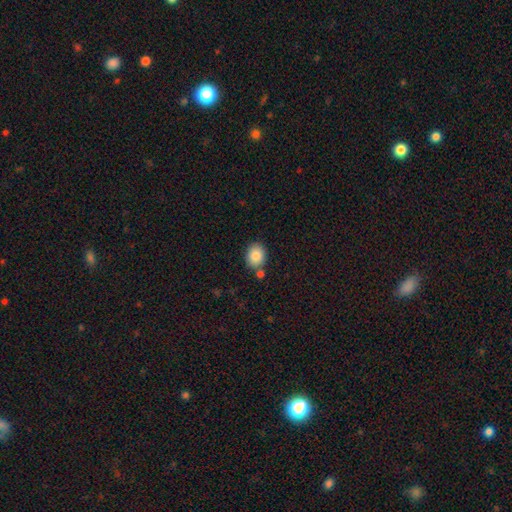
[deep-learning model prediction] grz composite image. It shows a smooth galaxy with no disk features (86%) that is in between round and cigar-shaped (55%). Merging: none (76%).